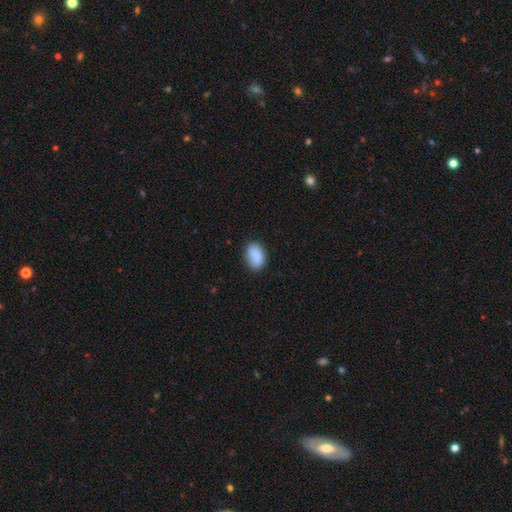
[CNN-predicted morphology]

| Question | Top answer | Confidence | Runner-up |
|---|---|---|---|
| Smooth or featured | smooth | 88% | star or artifact (7%) |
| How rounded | in between | 88% | round (10%) |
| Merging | none | 79% | minor disturbance (17%) |